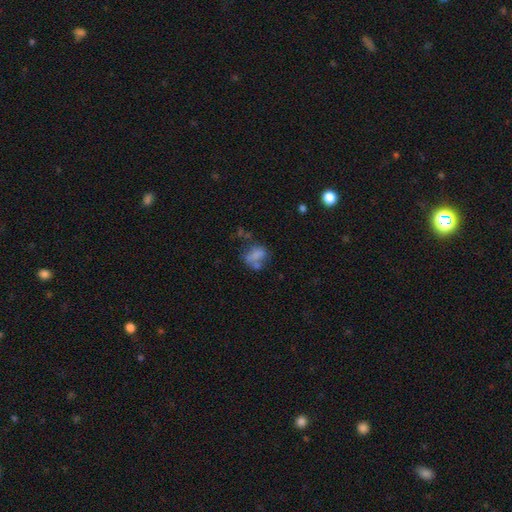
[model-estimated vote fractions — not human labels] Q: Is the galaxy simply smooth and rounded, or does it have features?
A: smooth — 60%.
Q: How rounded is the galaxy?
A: in between — 70%.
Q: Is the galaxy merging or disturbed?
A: none — 32%.